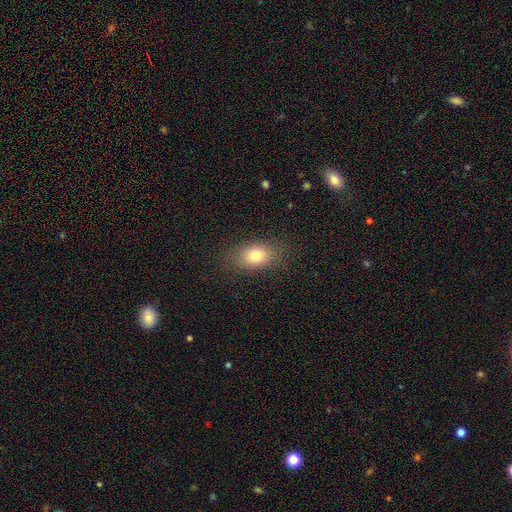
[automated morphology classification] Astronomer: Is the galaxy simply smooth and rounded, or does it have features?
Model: smooth — 79%.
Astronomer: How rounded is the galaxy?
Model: in between — 80%.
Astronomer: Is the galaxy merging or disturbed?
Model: none — 83%.